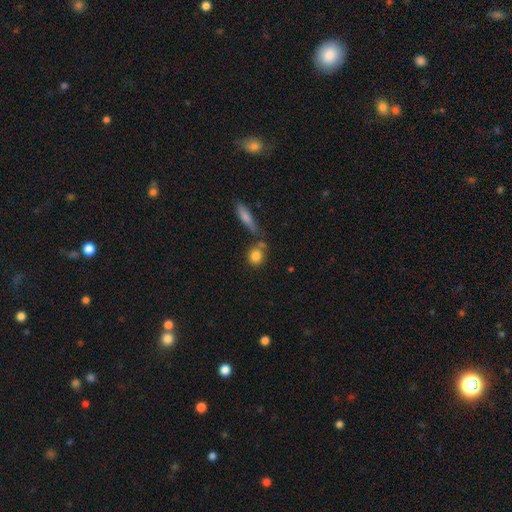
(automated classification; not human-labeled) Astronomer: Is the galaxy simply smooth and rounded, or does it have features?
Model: smooth — 83%.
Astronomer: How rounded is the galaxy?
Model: round — 75%.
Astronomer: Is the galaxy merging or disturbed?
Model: none — 63%.